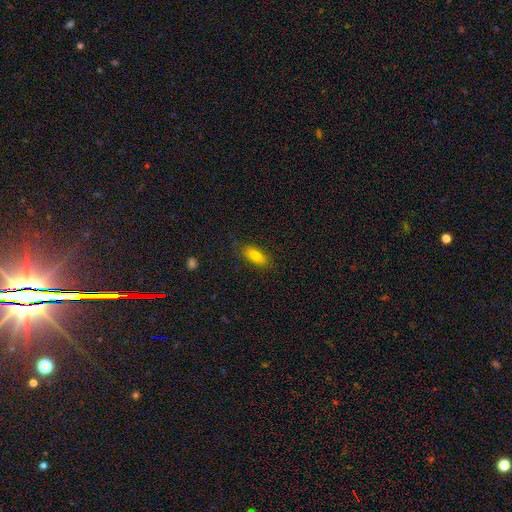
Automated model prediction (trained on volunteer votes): Q: Smooth or featured?
A: smooth (81%); runner-up: featured or disk (10%)
Q: How rounded?
A: in between (80%); runner-up: cigar-shaped (17%)
Q: Merging?
A: none (82%); runner-up: minor disturbance (13%)